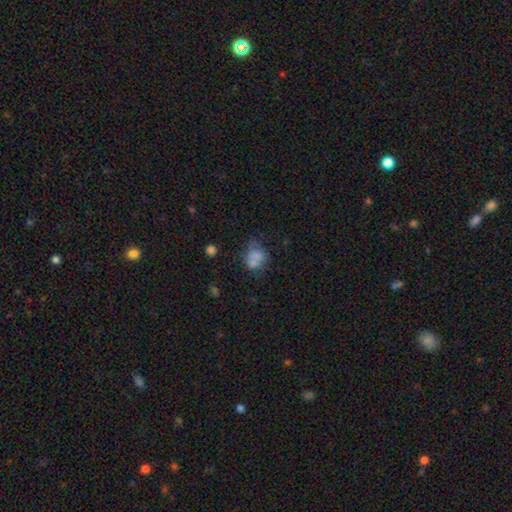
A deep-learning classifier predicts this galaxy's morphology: Smooth or featured?
  - smooth: 63% *
  - featured or disk: 23%
  - star or artifact: 14%
How rounded?
  - round: 51% *
  - in between: 48%
  - cigar-shaped: 1%
Merging?
  - none: 34% *
  - merger: 31%
  - minor disturbance: 20%
  - major disturbance: 15%